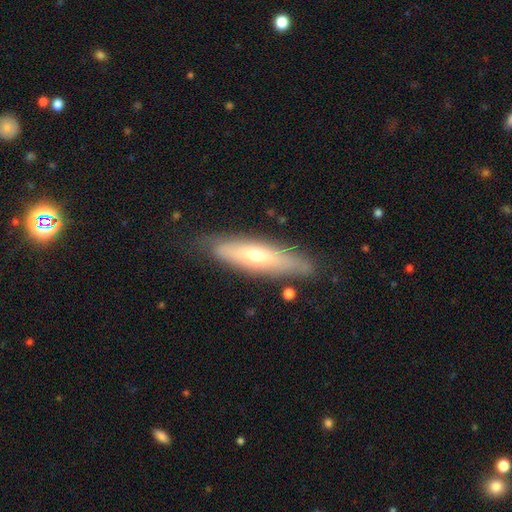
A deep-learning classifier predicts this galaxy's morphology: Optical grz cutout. It shows a featured or disk galaxy (49%). Merging: none (79%).